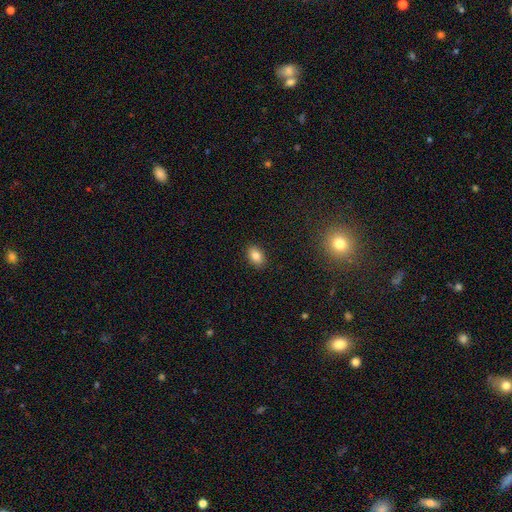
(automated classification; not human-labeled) Smooth or featured? smooth (83%)
How rounded? in between (82%)
Merging? none (89%)